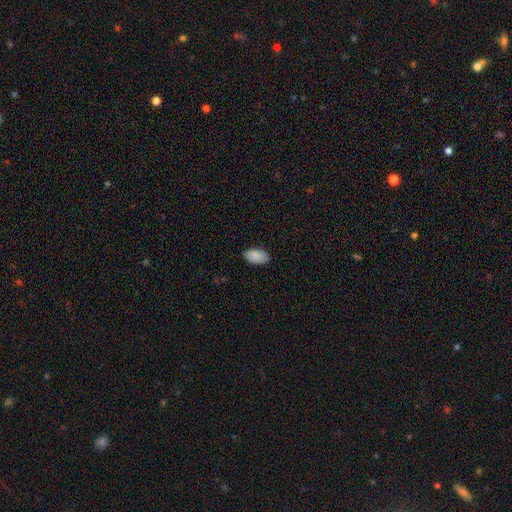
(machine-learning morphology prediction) Smooth or featured? smooth (90%)
How rounded? in between (95%)
Merging? none (85%)